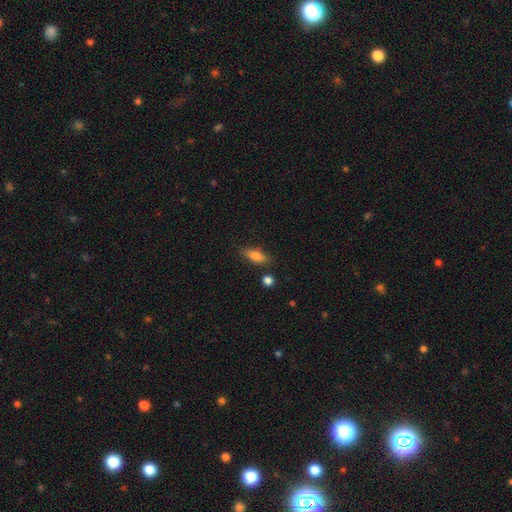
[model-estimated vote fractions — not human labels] A smooth galaxy with no disk features (81%) that is in between round and cigar-shaped (72%). Merging: none (76%).